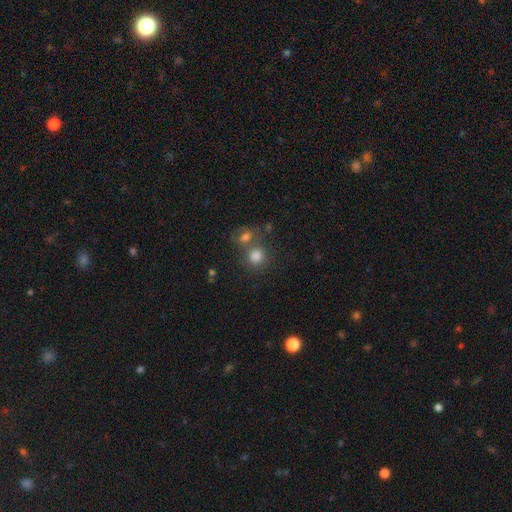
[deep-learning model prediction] A smooth galaxy with no disk features (79%) that is round (78%). Merging: none (49%).